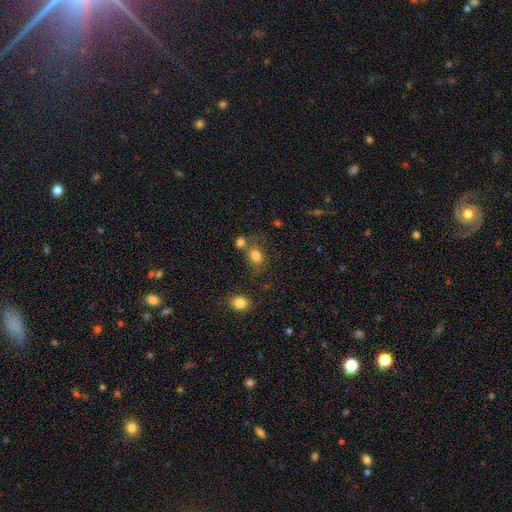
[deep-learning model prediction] This is likely a smooth galaxy (79%). How rounded: possibly in between (51%). Merging: possibly none (53%).